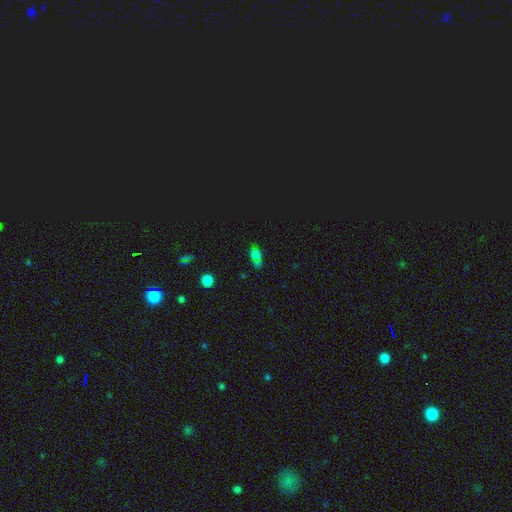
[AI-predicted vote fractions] This is possibly a smooth galaxy (50%). Merging: likely none (64%).